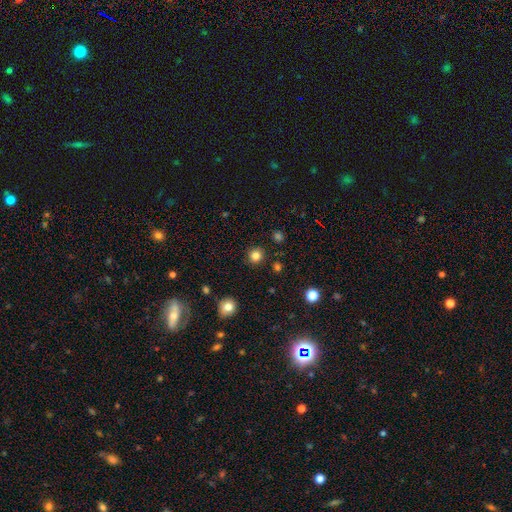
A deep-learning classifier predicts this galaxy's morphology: smooth-or-featured: smooth: 83% | star or artifact: 13% | featured or disk: 4%
  how-rounded: round: 92% | in between: 7% | cigar-shaped: 1%
  merging: none: 91% | minor disturbance: 5% | major disturbance: 2% | merger: 2%